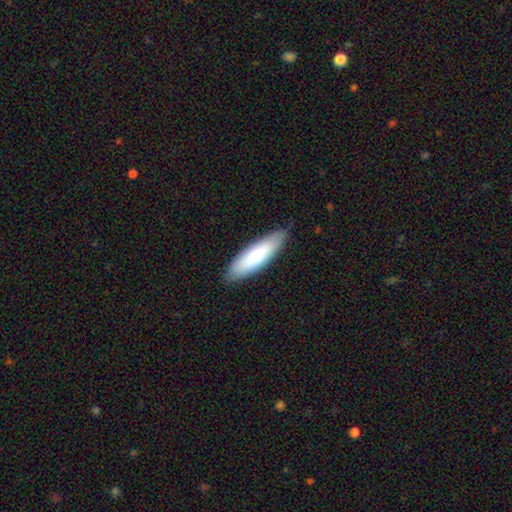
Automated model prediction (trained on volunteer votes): smooth-or-featured: smooth: 79% | featured or disk: 15% | star or artifact: 6%
  how-rounded: cigar-shaped: 62% | in between: 37% | round: 1%
  merging: none: 87% | minor disturbance: 10% | major disturbance: 2% | merger: 1%